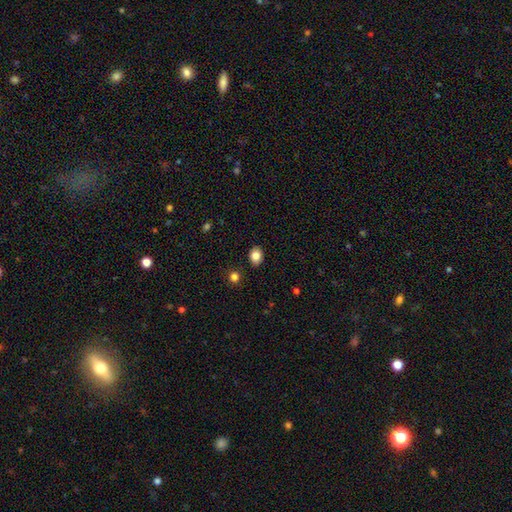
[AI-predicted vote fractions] Smooth or featured?
  - smooth: 84% *
  - star or artifact: 9%
  - featured or disk: 7%
How rounded?
  - in between: 63% *
  - round: 36%
  - cigar-shaped: 1%
Merging?
  - none: 88% *
  - minor disturbance: 8%
  - major disturbance: 2%
  - merger: 2%